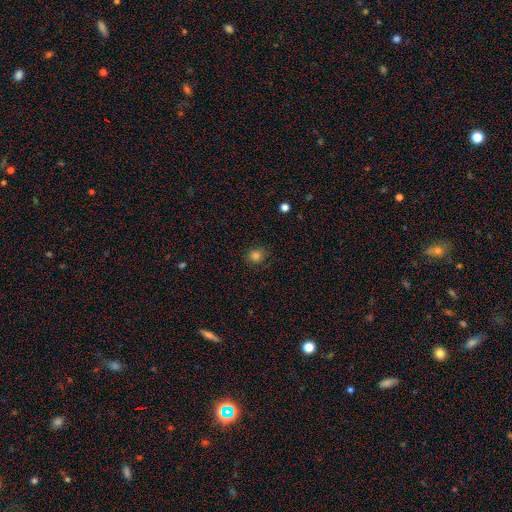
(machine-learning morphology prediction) Smooth or featured? smooth (82%)
How rounded? round (83%)
Merging? none (86%)